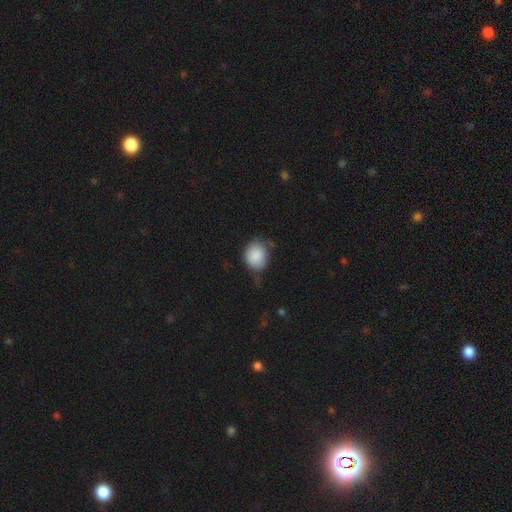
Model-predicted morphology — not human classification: This is clearly a smooth galaxy (86%). How rounded: likely round (63%). Merging: possibly none (54%).